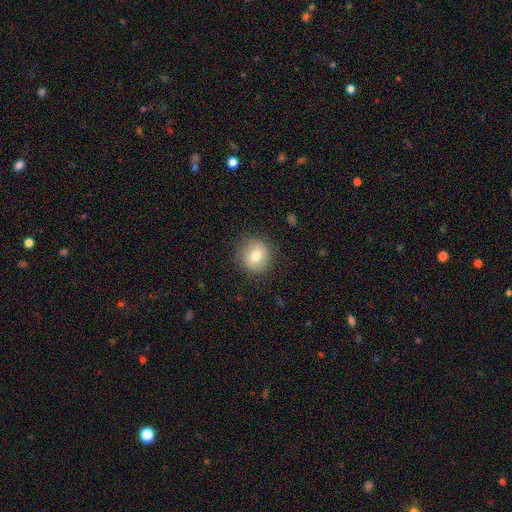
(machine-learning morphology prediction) This is likely a smooth galaxy (75%). How rounded: clearly round (87%). Merging: clearly none (85%).